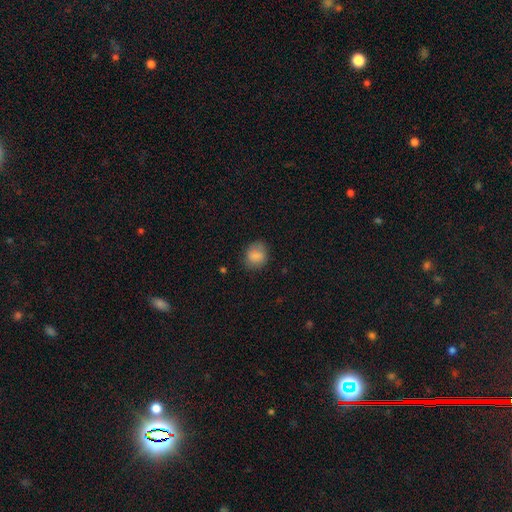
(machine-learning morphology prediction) Q: Smooth or featured?
A: smooth (83%); runner-up: featured or disk (9%)
Q: How rounded?
A: round (67%); runner-up: in between (32%)
Q: Merging?
A: none (76%); runner-up: minor disturbance (17%)